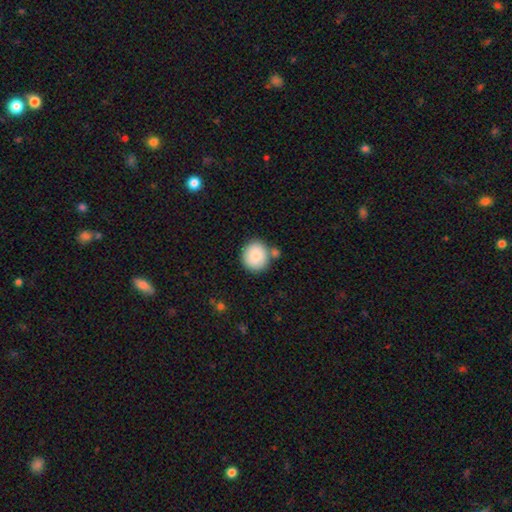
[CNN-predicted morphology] A smooth galaxy with no disk features (87%) that is round (85%). Merging: none (71%).